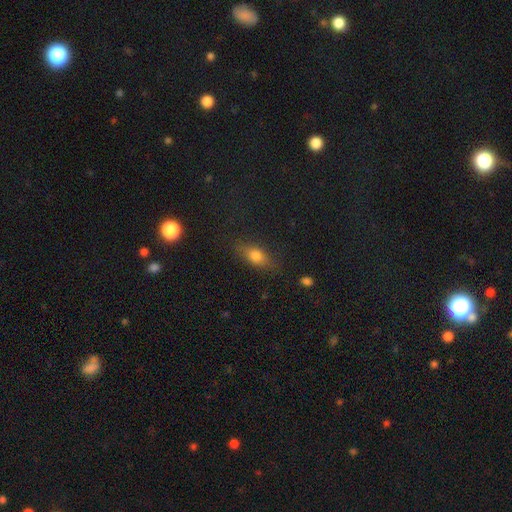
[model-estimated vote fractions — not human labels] Smooth or featured: smooth — 72% (featured or disk — 15%)
How rounded: in between — 74% (cigar-shaped — 15%)
Merging: none — 79% (minor disturbance — 15%)